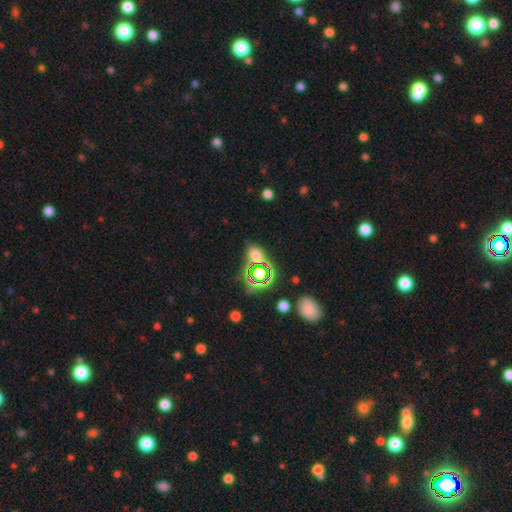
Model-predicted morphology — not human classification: type=smooth (49%); merging=none (70%).